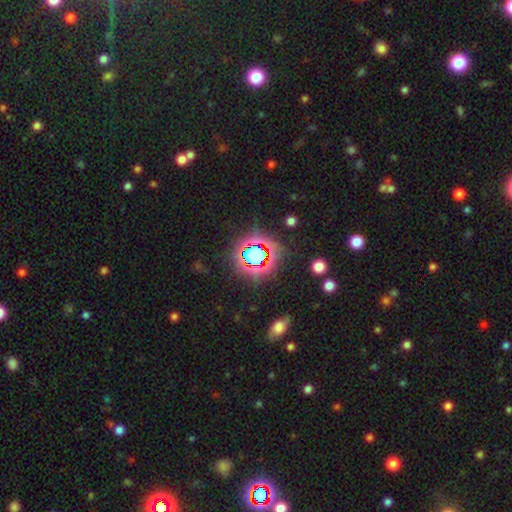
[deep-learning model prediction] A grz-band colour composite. It shows a star or artifact, not a galaxy (71%).